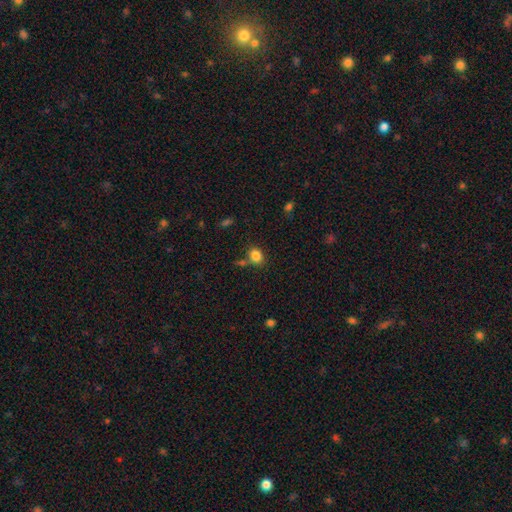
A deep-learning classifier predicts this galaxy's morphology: Smooth or featured? smooth (84%)
How rounded? in between (53%)
Merging? none (68%)